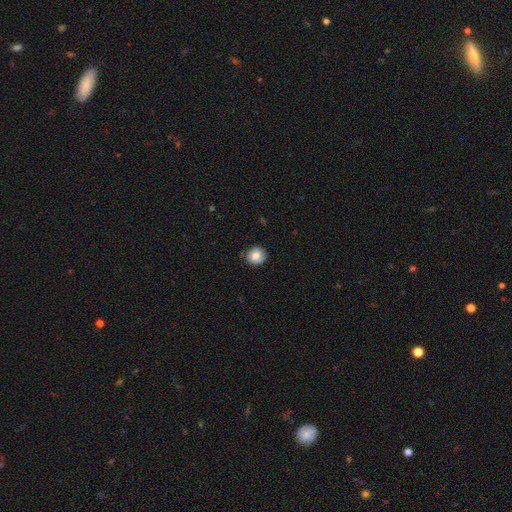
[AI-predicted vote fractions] smooth_or_featured: smooth (p=0.70) [alt: featured or disk p=0.22]
how_rounded: round (p=0.86) [alt: in between p=0.13]
merging: none (p=0.82) [alt: minor disturbance p=0.14]